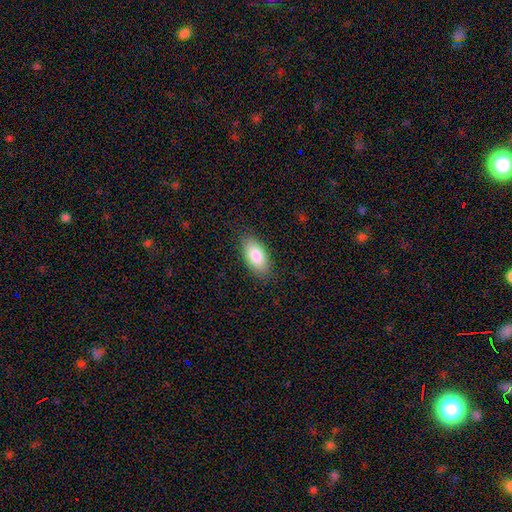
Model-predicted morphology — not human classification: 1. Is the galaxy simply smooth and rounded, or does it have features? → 85% smooth, 9% featured or disk, 6% star or artifact.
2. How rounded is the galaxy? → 92% in between, 5% cigar-shaped, 2% round.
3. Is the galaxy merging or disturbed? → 86% none, 11% minor disturbance, 3% major disturbance, 1% merger.